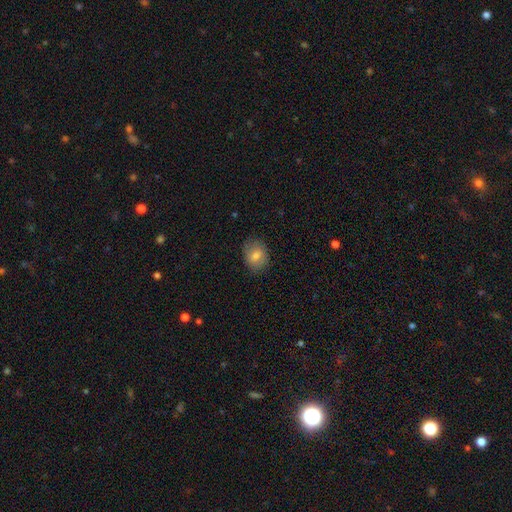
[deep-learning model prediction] Smooth or featured: smooth — 75% (featured or disk — 15%)
How rounded: round — 51% (in between — 48%)
Merging: none — 83% (minor disturbance — 13%)